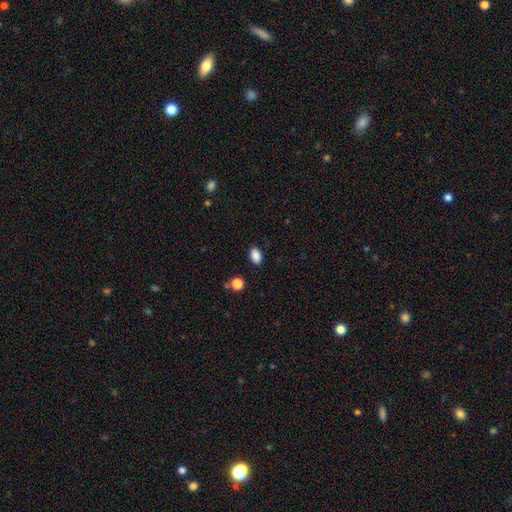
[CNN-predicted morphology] smooth-or-featured: smooth: 88% | star or artifact: 9% | featured or disk: 4%
  how-rounded: in between: 88% | round: 10% | cigar-shaped: 2%
  merging: none: 87% | minor disturbance: 9% | major disturbance: 2% | merger: 2%